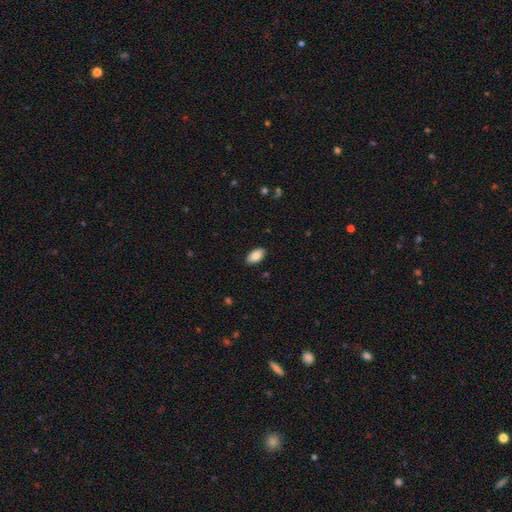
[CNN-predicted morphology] Smooth or featured? Predicted: smooth (p=0.87). How rounded? Predicted: in between (p=0.94). Merging? Predicted: none (p=0.88).